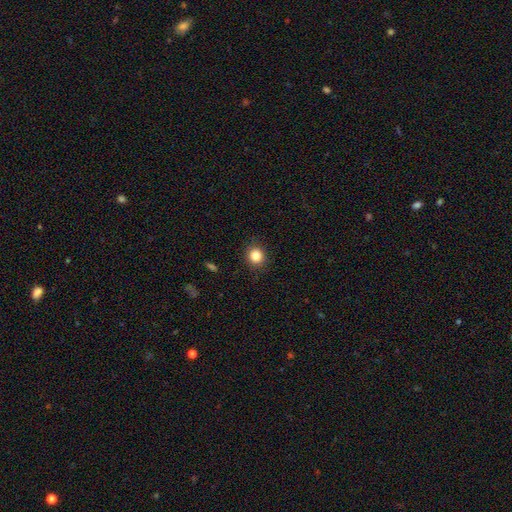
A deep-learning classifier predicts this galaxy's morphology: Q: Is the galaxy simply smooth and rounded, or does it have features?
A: smooth — 85%.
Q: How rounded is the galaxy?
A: round — 85%.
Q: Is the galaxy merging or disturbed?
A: none — 89%.